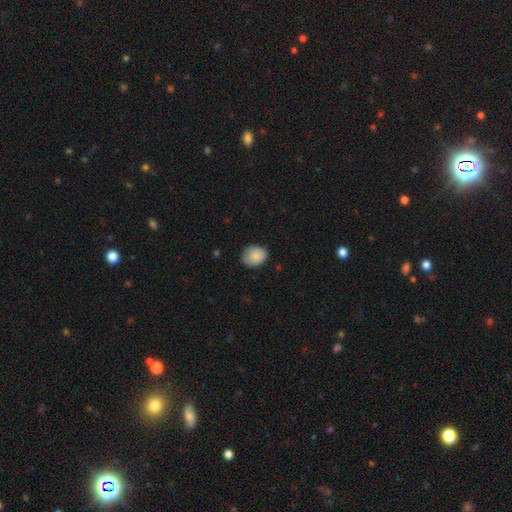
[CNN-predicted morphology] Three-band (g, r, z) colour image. It shows a smooth galaxy with no disk features (87%) that is round (55%). Merging: none (74%).